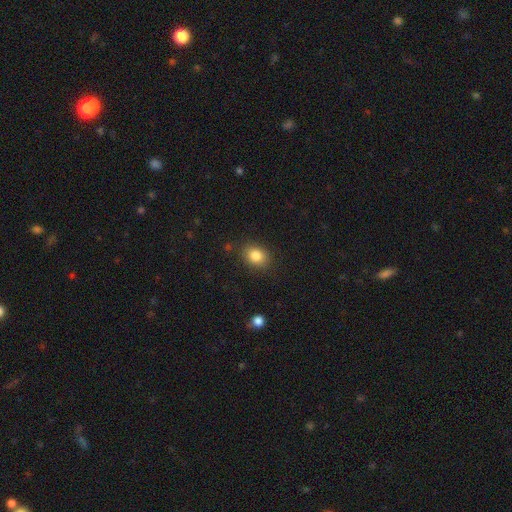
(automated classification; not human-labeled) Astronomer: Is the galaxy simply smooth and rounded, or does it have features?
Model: smooth — 84%.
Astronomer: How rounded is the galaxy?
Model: in between — 54% (runner-up: round, 45%).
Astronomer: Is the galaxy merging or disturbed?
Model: none — 85%.